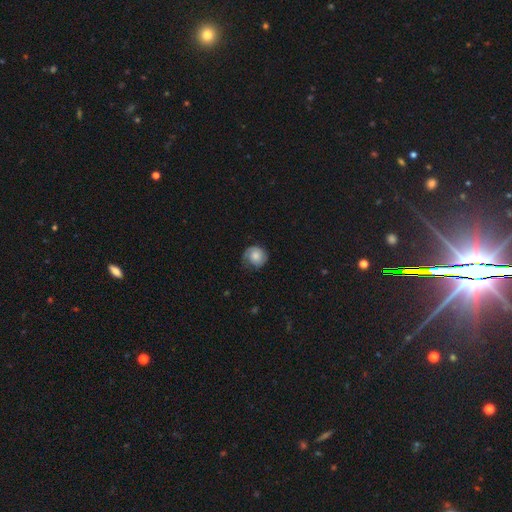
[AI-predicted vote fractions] Morphology: type=smooth (56%); roundness=round (86%); merging=none (63%).